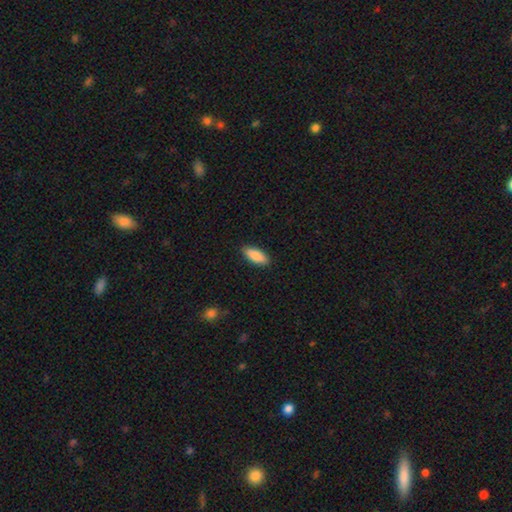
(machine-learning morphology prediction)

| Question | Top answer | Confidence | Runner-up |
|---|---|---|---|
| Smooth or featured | smooth | 87% | featured or disk (7%) |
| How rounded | in between | 74% | cigar-shaped (24%) |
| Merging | none | 89% | minor disturbance (9%) |